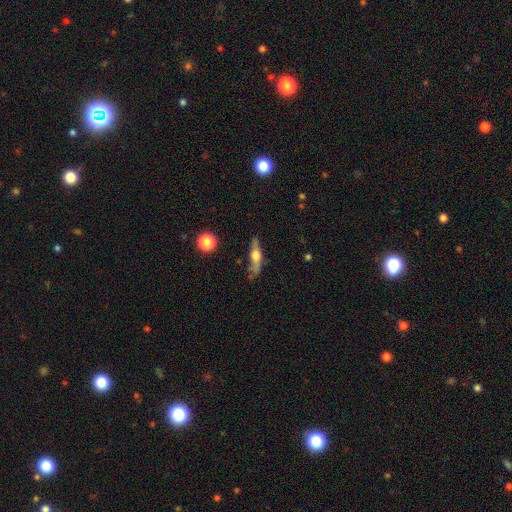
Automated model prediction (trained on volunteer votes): Smooth or featured?
  - featured or disk: 55% *
  - smooth: 37%
  - star or artifact: 8%
Edge-on disk?
  - yes: 84% *
  - no: 16%
Merging?
  - none: 63% *
  - minor disturbance: 24%
  - major disturbance: 9%
  - merger: 4%